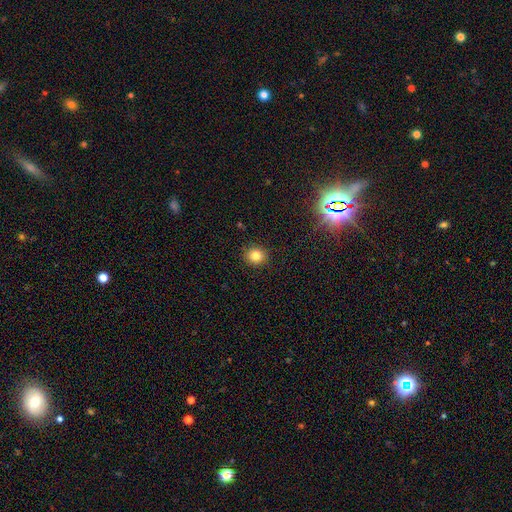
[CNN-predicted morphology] Overall: smooth (81%). How rounded: round (86%). Merging: none (90%).